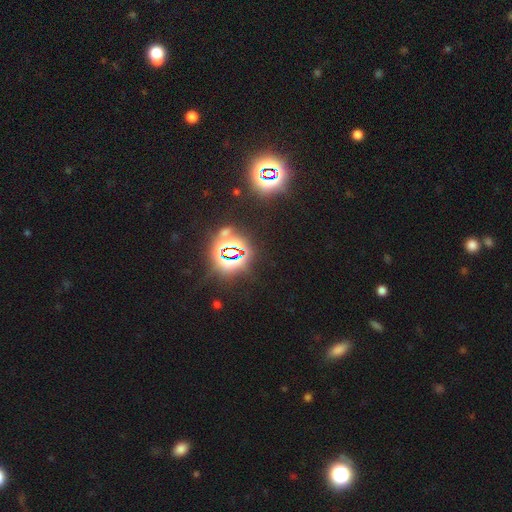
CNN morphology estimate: Smooth or featured? Predicted: star or artifact (p=0.82).